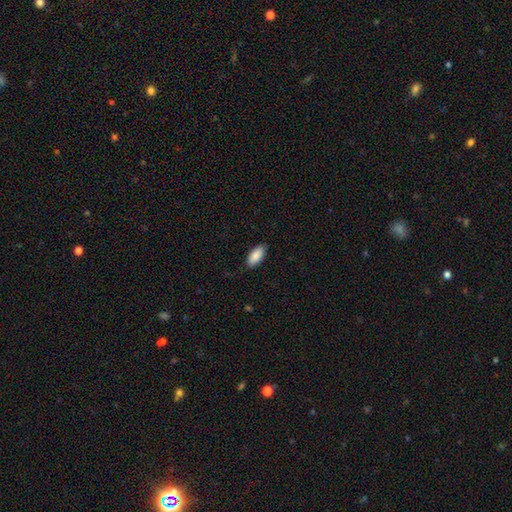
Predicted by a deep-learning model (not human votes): smooth_or_featured: smooth (p=0.89) [alt: star or artifact p=0.06]
how_rounded: in between (p=0.91) [alt: cigar-shaped p=0.08]
merging: none (p=0.86) [alt: minor disturbance p=0.11]